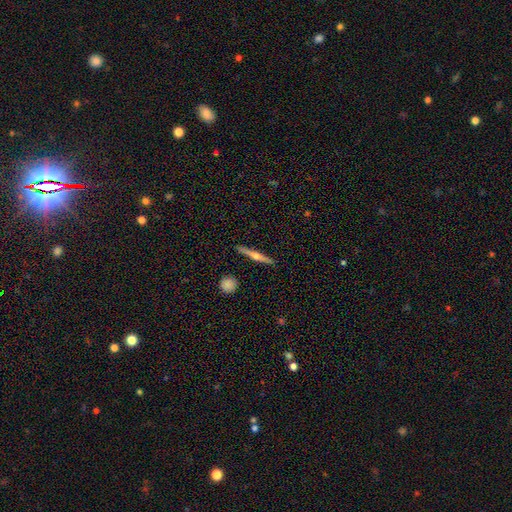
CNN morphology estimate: type=featured or disk (67%); edge-on=yes (98%); edge-on bulge=rounded (91%); merging=none (91%).